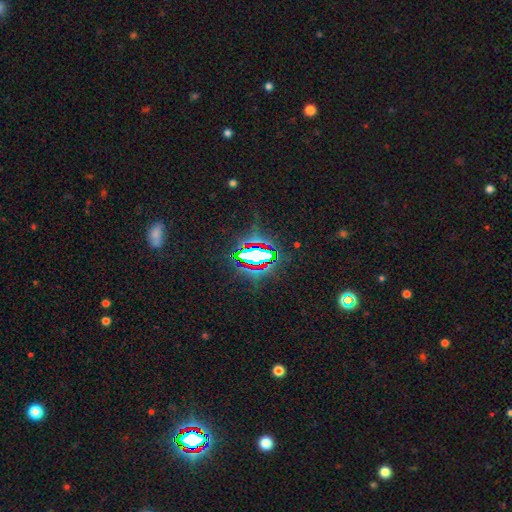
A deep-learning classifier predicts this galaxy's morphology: Q: Smooth or featured?
A: star or artifact (68%); runner-up: smooth (17%)